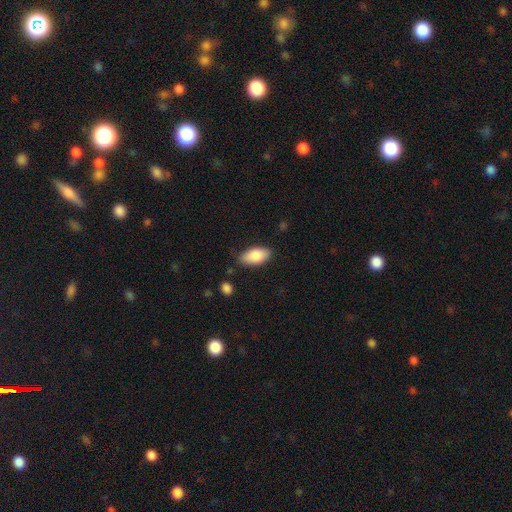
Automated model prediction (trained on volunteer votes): A smooth galaxy with no disk features (85%) that is in between round and cigar-shaped (93%).

Vote fractions:
- Smooth or featured? smooth: 85% / featured or disk: 9% / star or artifact: 6%
- How rounded? in between: 93% / cigar-shaped: 5% / round: 3%
- Merging? none: 80% / minor disturbance: 15% / major disturbance: 3% / merger: 2%